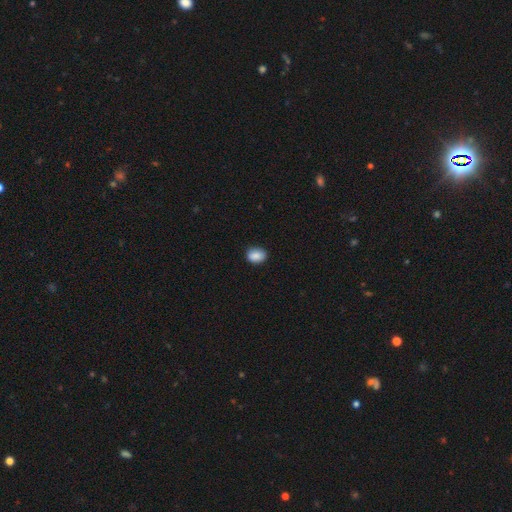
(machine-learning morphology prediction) Smooth or featured? smooth (88%)
How rounded? in between (68%)
Merging? none (85%)